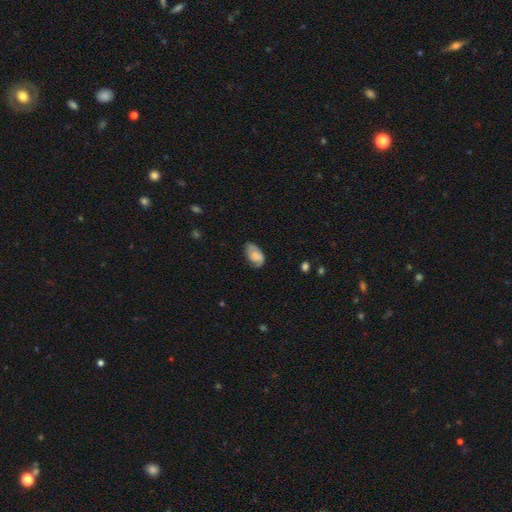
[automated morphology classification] This is likely a smooth galaxy (67%). How rounded: clearly in between (92%). Merging: possibly none (57%).